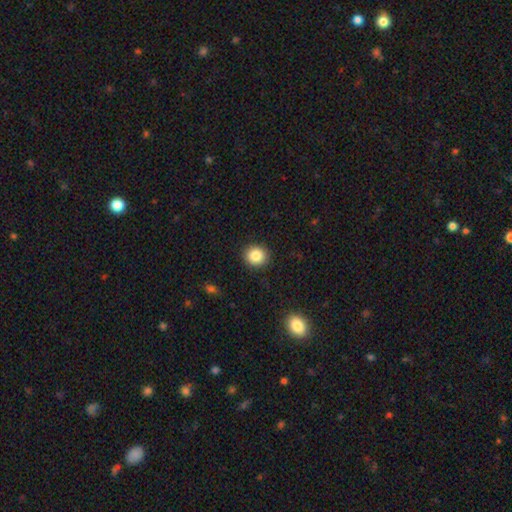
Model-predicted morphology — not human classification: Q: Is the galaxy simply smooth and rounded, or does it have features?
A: smooth — 85%.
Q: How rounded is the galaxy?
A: round — 85%.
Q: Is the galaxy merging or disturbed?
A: none — 91%.